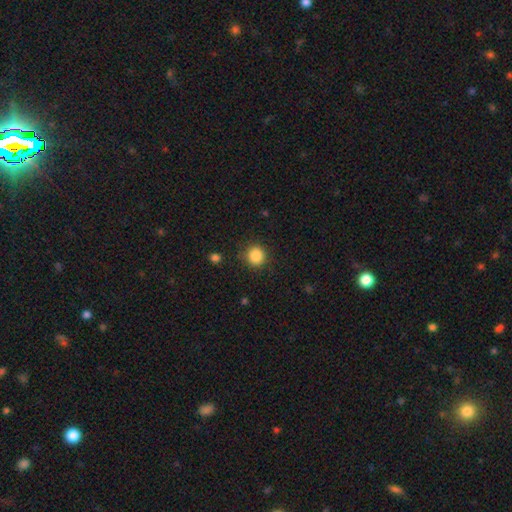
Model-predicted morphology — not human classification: A smooth galaxy with no disk features (86%) that is round (90%).

Vote fractions:
- Smooth or featured? smooth: 86% / star or artifact: 10% / featured or disk: 4%
- How rounded? round: 90% / in between: 9% / cigar-shaped: 1%
- Merging? none: 86% / minor disturbance: 9% / major disturbance: 3% / merger: 1%